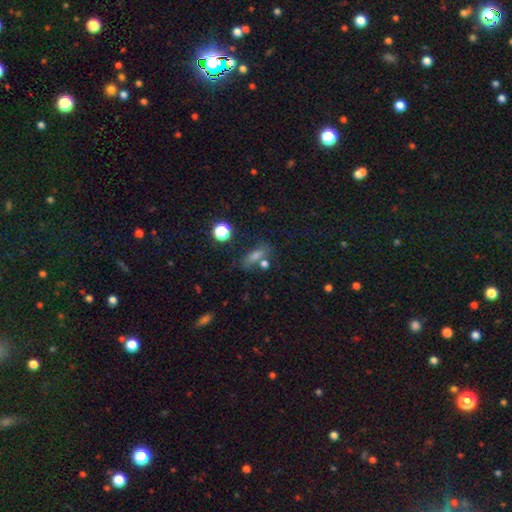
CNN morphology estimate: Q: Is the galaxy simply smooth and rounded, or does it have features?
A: smooth — 55%.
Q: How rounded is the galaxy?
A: in between — 52%.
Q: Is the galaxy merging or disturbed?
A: none — 63%.